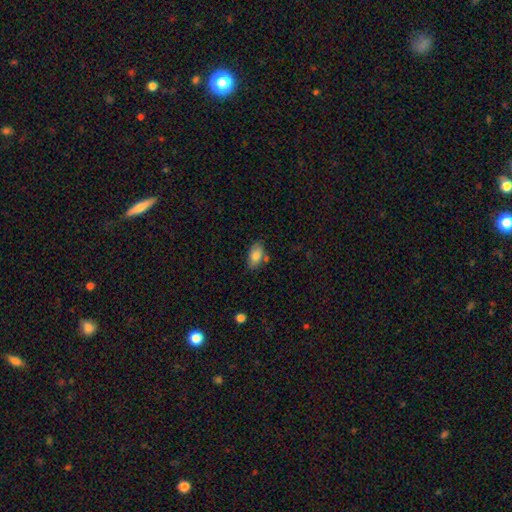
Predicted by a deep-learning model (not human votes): A smooth galaxy with no disk features (81%) that is in between round and cigar-shaped (92%).

Vote fractions:
- Smooth or featured? smooth: 81% / featured or disk: 11% / star or artifact: 7%
- How rounded? in between: 92% / round: 5% / cigar-shaped: 3%
- Merging? none: 69% / minor disturbance: 19% / merger: 8% / major disturbance: 4%